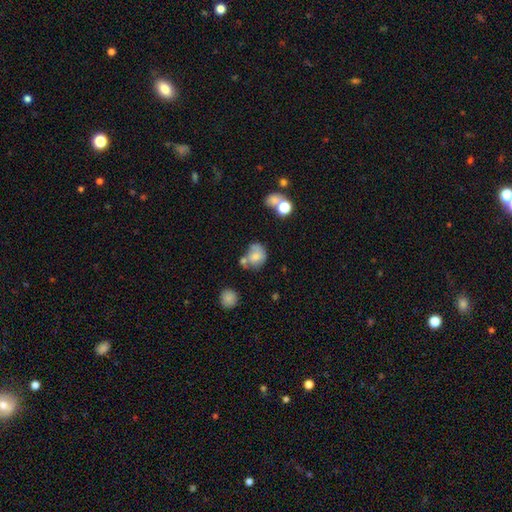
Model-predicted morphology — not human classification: smooth-or-featured: smooth: 66% | featured or disk: 24% | star or artifact: 10%
  how-rounded: round: 61% | in between: 38% | cigar-shaped: 1%
  merging: none: 36% | merger: 28% | minor disturbance: 23% | major disturbance: 14%